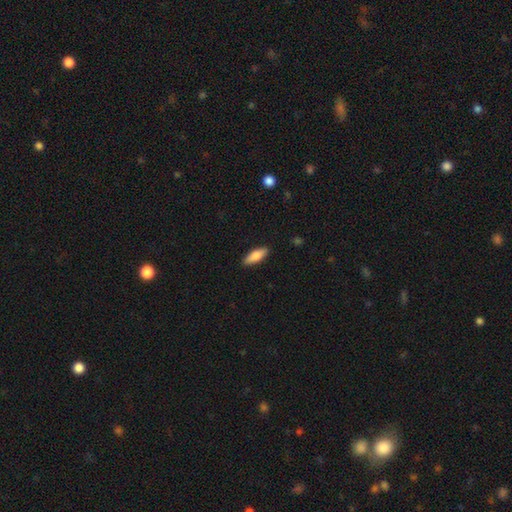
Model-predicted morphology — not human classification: Overall: smooth (76%). How rounded: in between (62%; cigar-shaped 36%). Merging: none (89%).